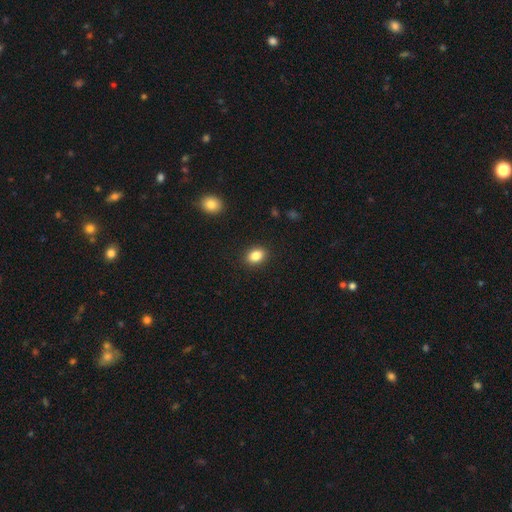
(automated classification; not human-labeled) This is clearly a smooth galaxy (85%). How rounded: likely in between (74%). Merging: clearly none (89%).